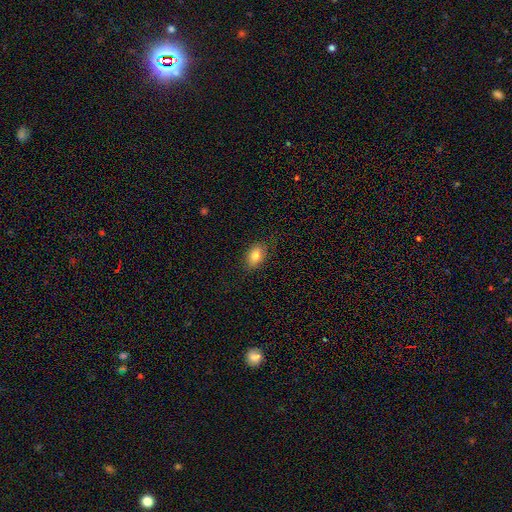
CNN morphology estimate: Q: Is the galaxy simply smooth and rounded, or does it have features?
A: smooth — 81%.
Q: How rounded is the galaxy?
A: in between — 83%.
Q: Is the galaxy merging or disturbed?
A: none — 83%.